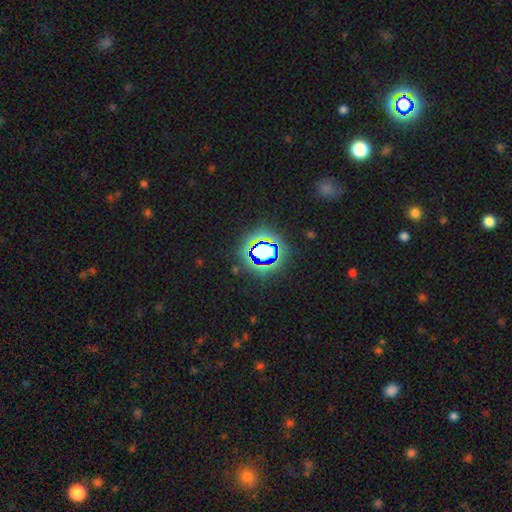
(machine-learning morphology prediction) type=star or artifact (76%).